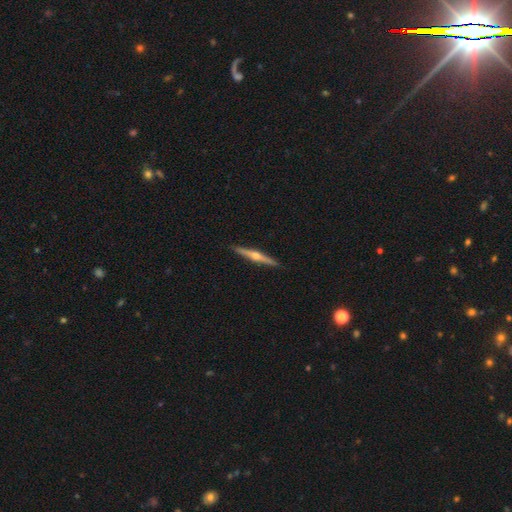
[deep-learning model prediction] Overall: featured or disk (79%). Edge-on disk: yes (99%). Edge-on bulge: rounded (94%). Merging: none (92%).